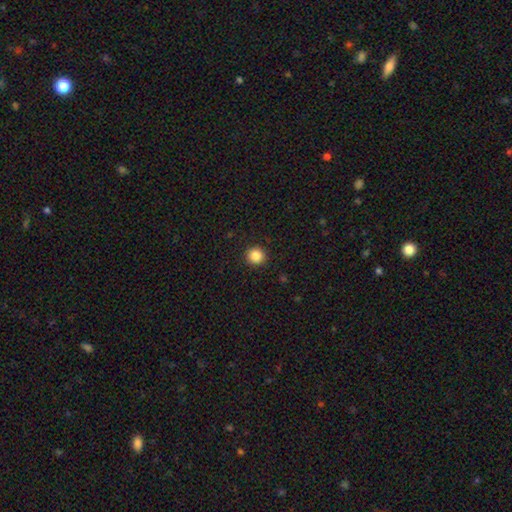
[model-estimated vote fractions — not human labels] This appears to be a smooth galaxy with no disk features (86%) that is round (95%). Merging: none (92%).